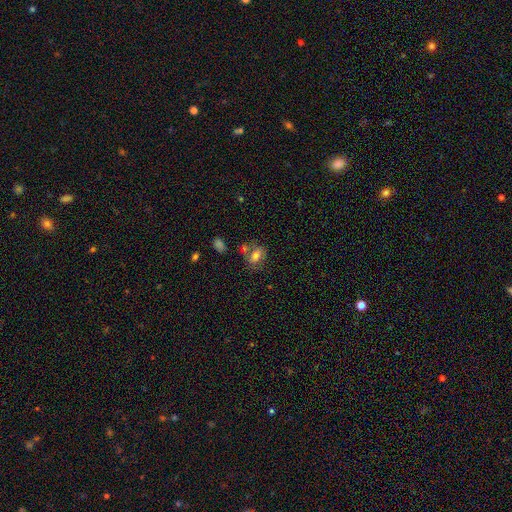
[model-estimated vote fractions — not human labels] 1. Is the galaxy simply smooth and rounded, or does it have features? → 69% smooth, 20% featured or disk, 10% star or artifact.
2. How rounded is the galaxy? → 67% in between, 31% round, 2% cigar-shaped.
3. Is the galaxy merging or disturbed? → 53% none, 21% merger, 18% minor disturbance, 8% major disturbance.